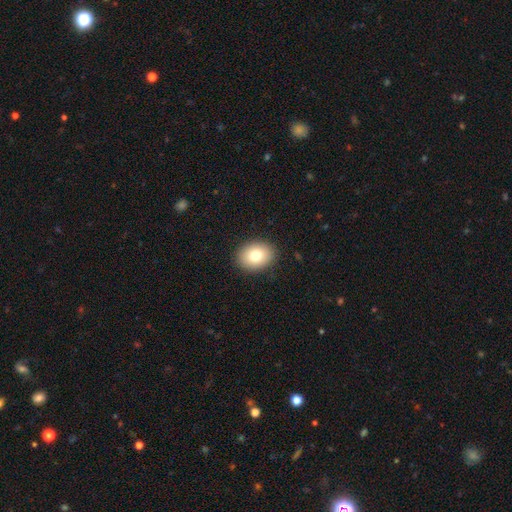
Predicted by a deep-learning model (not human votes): The model was most divided on "how rounded": in between: 60%, round: 39%, cigar-shaped: 1%. More confident: merging — none (89%); smooth or featured — smooth (79%).